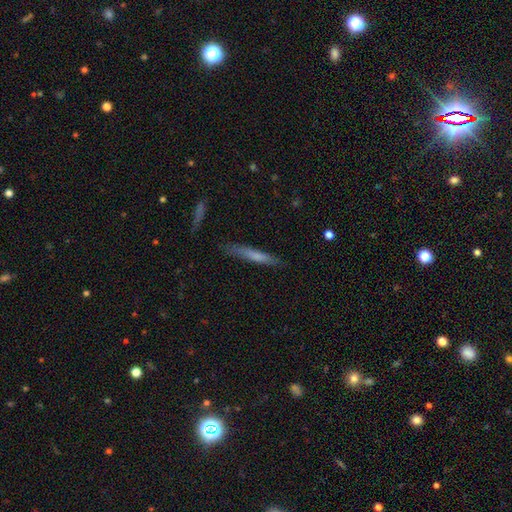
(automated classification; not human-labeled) Overall: smooth (65%; featured or disk 28%). How rounded: cigar-shaped (94%). Merging: none (80%).